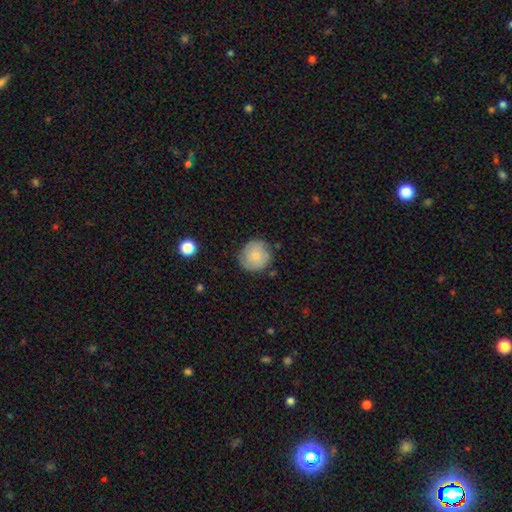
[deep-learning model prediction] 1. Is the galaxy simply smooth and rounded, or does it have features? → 71% smooth, 22% featured or disk, 7% star or artifact.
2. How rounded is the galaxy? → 93% round, 6% in between, 1% cigar-shaped.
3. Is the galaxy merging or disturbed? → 81% none, 14% minor disturbance, 3% major disturbance, 2% merger.